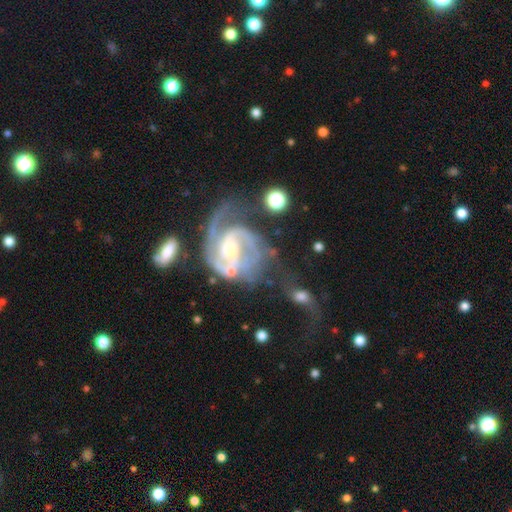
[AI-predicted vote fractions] smooth-or-featured: featured or disk: 89% | star or artifact: 6% | smooth: 5%
  disk-edge-on: no: 98% | yes: 2%
    bar: weak: 43% | no: 42% | strong: 15%
    has-spiral-arms: yes: 96% | no: 4%
      spiral-winding: medium: 44% | tight: 43% | loose: 13%
      spiral-arm-count: 2: 58% | can't tell: 12% | 3: 12% | 1: 12% | 4: 3% | more than 4: 3%
    bulge-size: small: 48% | moderate: 41% | none: 6% | large: 4% | dominant: 1%
  merging: none: 38% | major disturbance: 28% | minor disturbance: 19% | merger: 16%